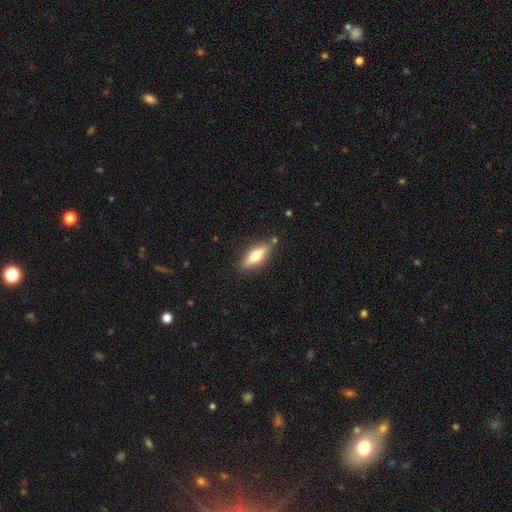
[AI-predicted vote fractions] Smooth or featured?
  - smooth: 57% *
  - featured or disk: 37%
  - star or artifact: 6%
How rounded?
  - in between: 51% *
  - cigar-shaped: 47%
  - round: 2%
Merging?
  - none: 82% *
  - minor disturbance: 12%
  - merger: 3%
  - major disturbance: 3%